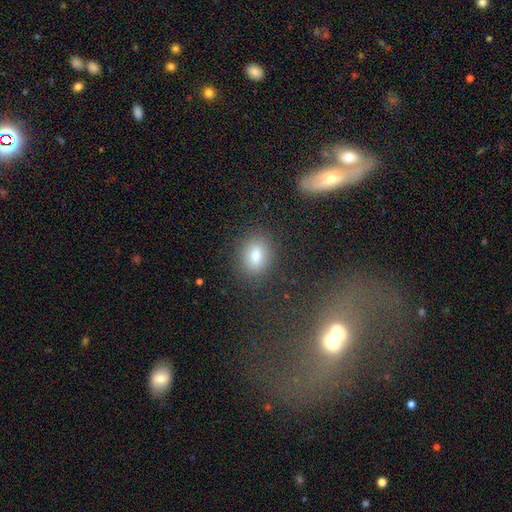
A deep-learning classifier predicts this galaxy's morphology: type=smooth (74%); roundness=in between (54%); merging=none (86%).